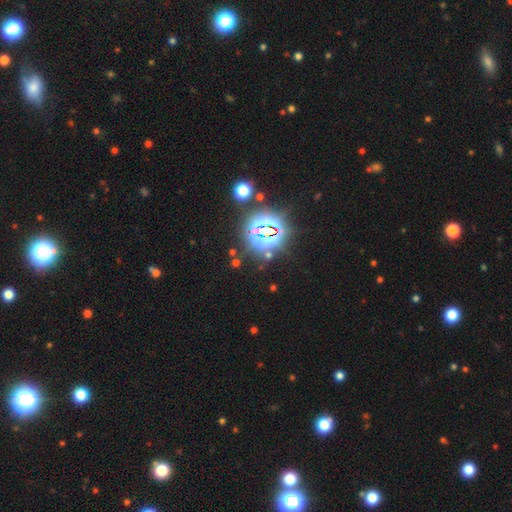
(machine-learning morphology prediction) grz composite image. It shows a star or artifact, not a galaxy (81%).